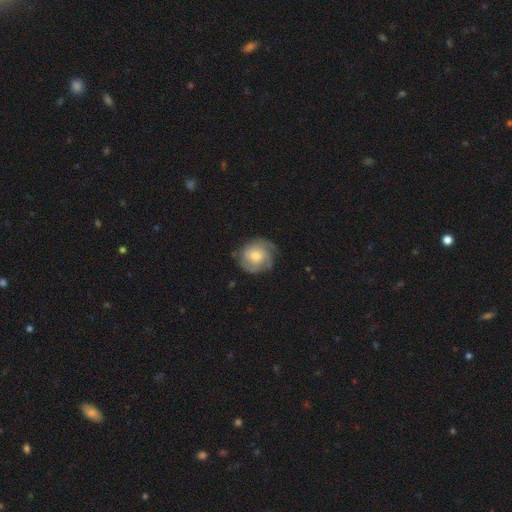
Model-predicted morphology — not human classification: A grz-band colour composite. It shows a featured or disk galaxy (50%). Merging: none (68%).